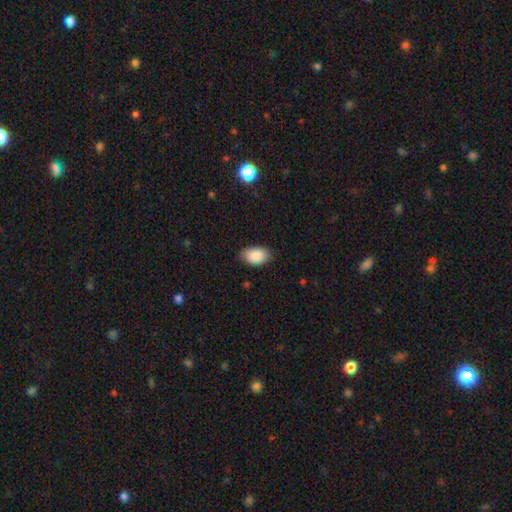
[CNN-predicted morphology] A smooth galaxy with no disk features (89%) that is in between round and cigar-shaped (92%). Merging: none (81%).